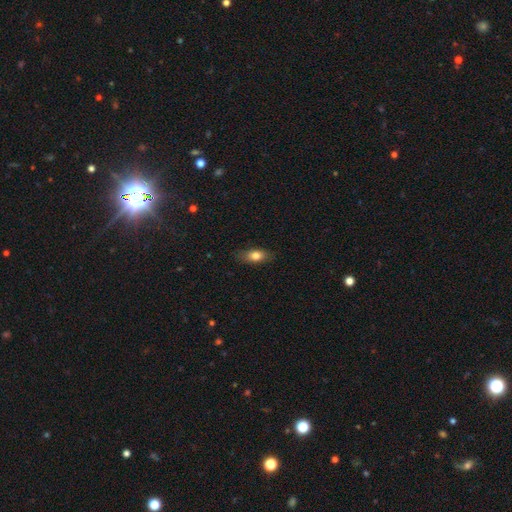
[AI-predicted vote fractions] smooth 77%, featured or disk 15%, star or artifact 8%. Down the decision tree: how rounded — in between (78%); merging — none (81%).